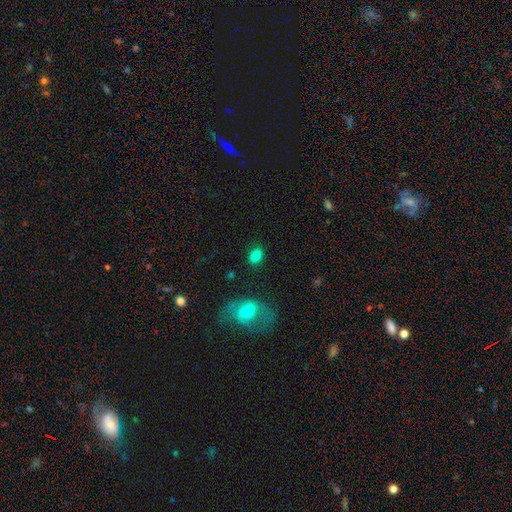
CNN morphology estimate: Smooth or featured? smooth (82%)
How rounded? in between (67%)
Merging? none (81%)